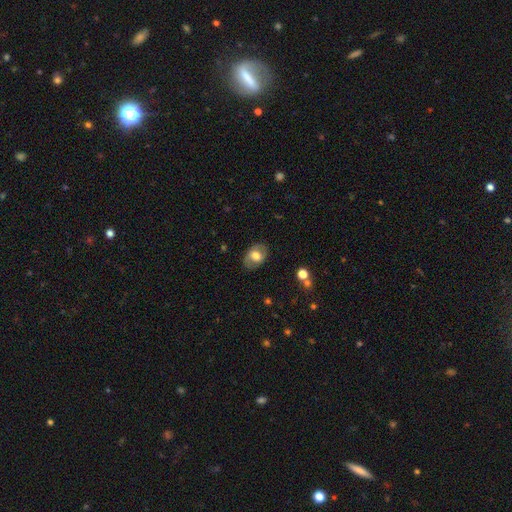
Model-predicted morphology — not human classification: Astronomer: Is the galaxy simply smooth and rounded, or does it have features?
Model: smooth — 56% (runner-up: featured or disk, 37%).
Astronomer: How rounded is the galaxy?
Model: in between — 76%.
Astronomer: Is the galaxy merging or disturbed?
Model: none — 79%.